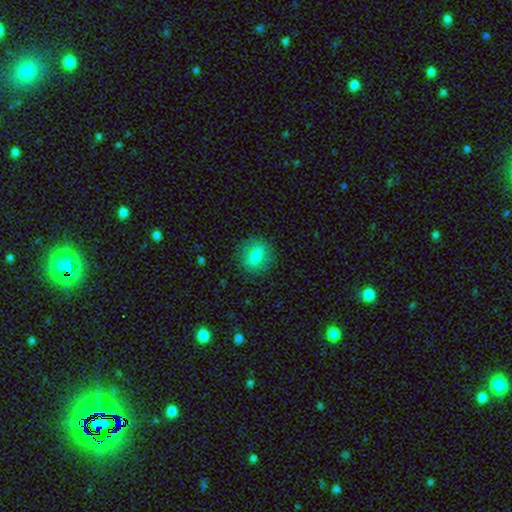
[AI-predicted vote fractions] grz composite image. It shows a smooth galaxy with no disk features (78%) that is round (80%). Merging: none (87%).